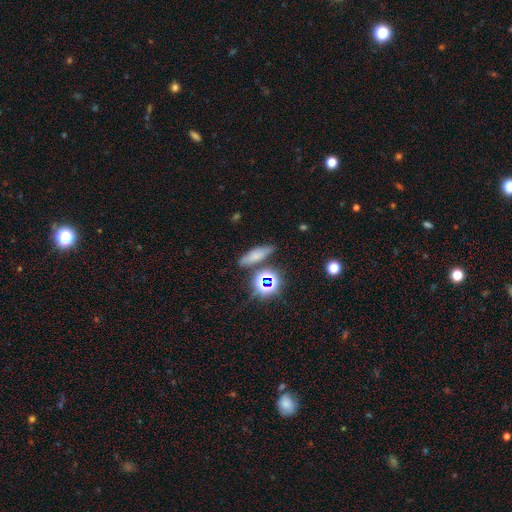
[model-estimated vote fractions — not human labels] Overall: smooth (63%). How rounded: cigar-shaped (46%; in between 43%). Merging: none (75%).